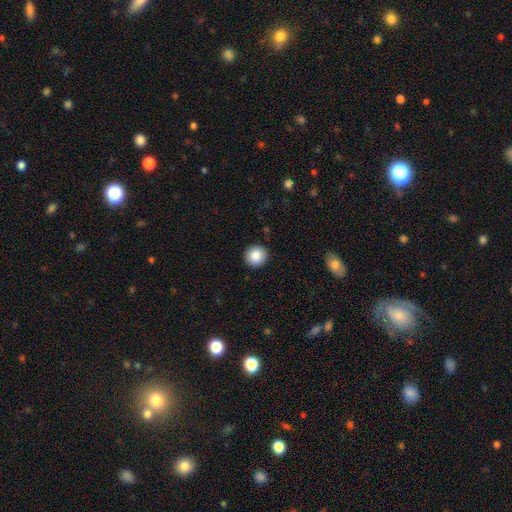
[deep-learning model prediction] The model was most divided on "smooth or featured": smooth: 86%, star or artifact: 8%, featured or disk: 5%. More confident: how rounded — round (92%); merging — none (92%).